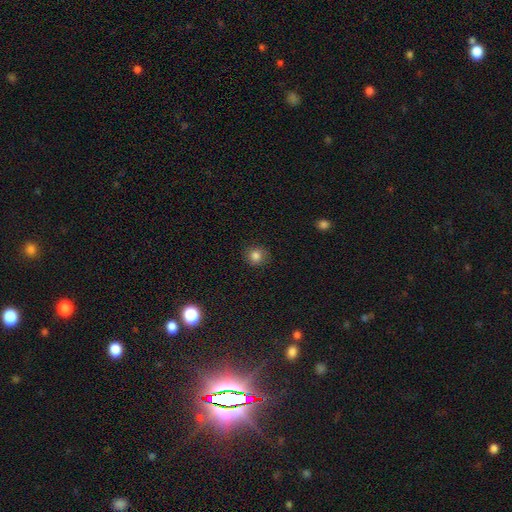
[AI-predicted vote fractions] This is clearly a smooth galaxy (82%). How rounded: clearly round (88%). Merging: clearly none (87%).